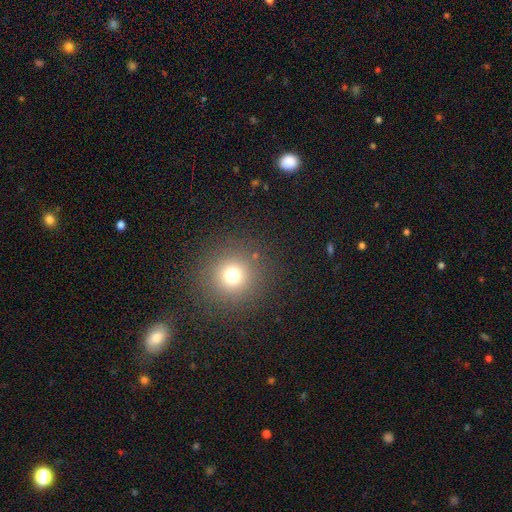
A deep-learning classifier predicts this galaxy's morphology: This appears to be a smooth galaxy with no disk features (62%) that is round (94%). Merging: none (90%).